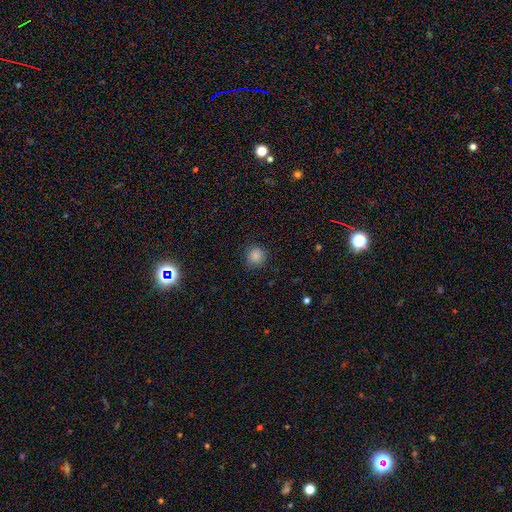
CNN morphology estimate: A smooth galaxy with no disk features (85%) that is round (91%). Merging: none (87%).